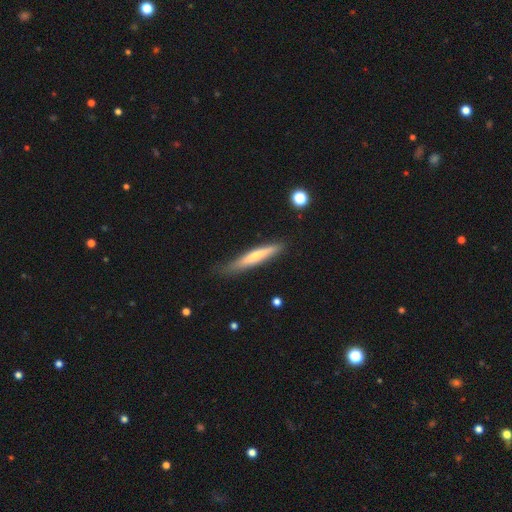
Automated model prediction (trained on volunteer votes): A smooth galaxy with no disk features (50%) that is cigar-shaped (93%). Merging: none (77%).